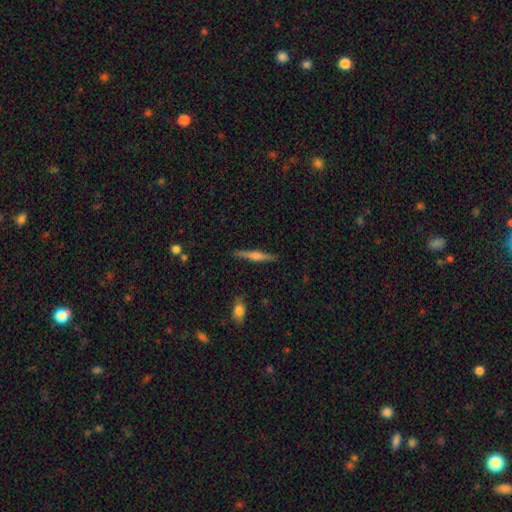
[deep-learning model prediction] A featured or disk galaxy (58%) viewed edge-on (97%) with a rounded central bulge (71%). Merging: none (90%).